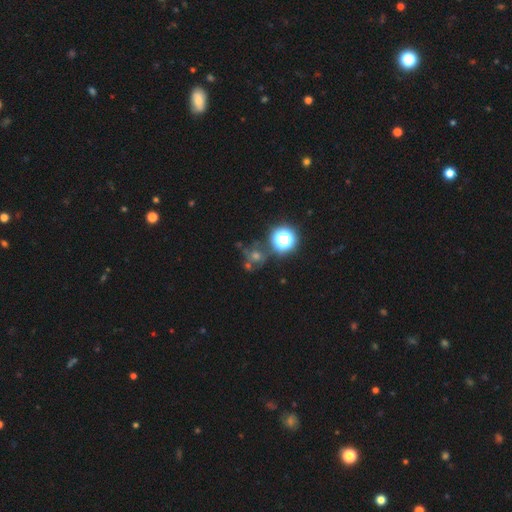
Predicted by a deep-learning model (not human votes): A star or artifact, not a galaxy (54%).